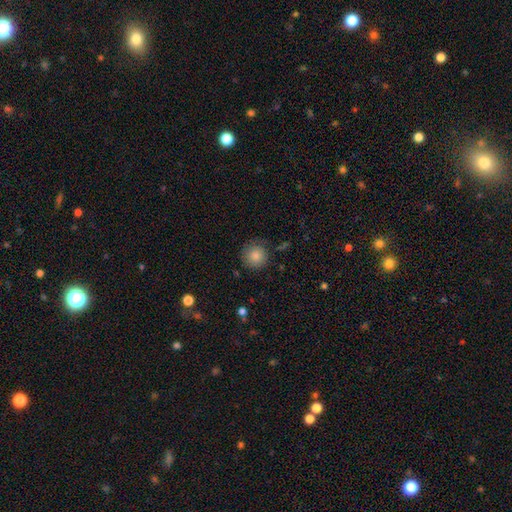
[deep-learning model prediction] Smooth or featured?
  - smooth: 84% *
  - star or artifact: 9%
  - featured or disk: 6%
How rounded?
  - round: 94% *
  - in between: 5%
  - cigar-shaped: 1%
Merging?
  - none: 82% *
  - minor disturbance: 13%
  - major disturbance: 4%
  - merger: 2%